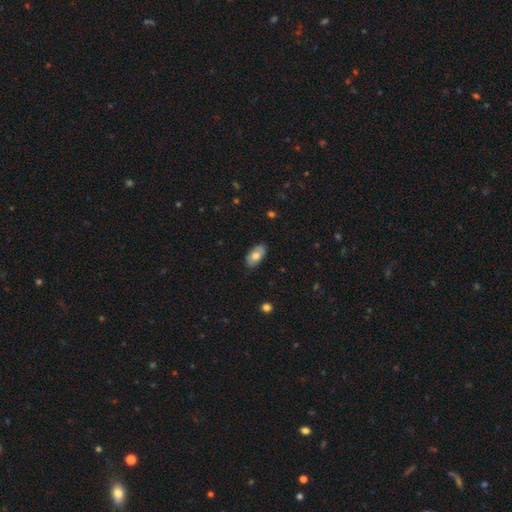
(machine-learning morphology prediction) smooth 71%, featured or disk 23%, star or artifact 6%. Down the decision tree: how rounded — in between (93%); merging — none (82%).